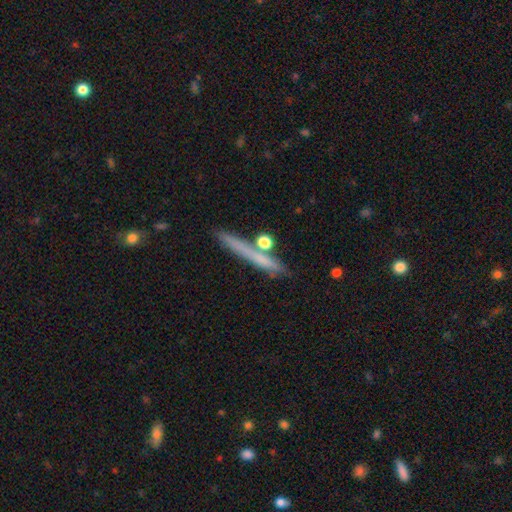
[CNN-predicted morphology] This is possibly a smooth galaxy (56%). How rounded: clearly cigar-shaped (92%). Merging: likely none (79%).